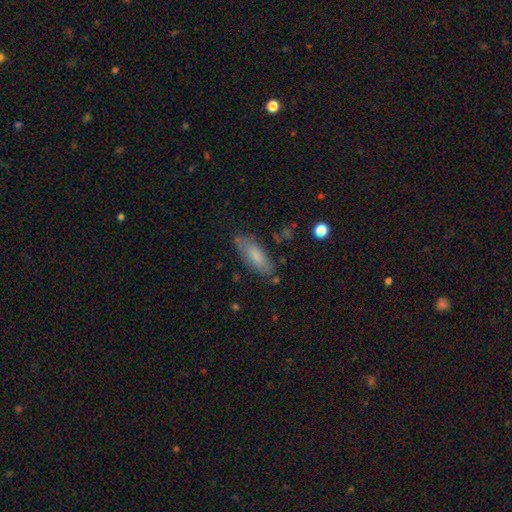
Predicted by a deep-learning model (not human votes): smooth 78%, featured or disk 16%, star or artifact 6%. Down the decision tree: how rounded — in between (66%); merging — none (76%).